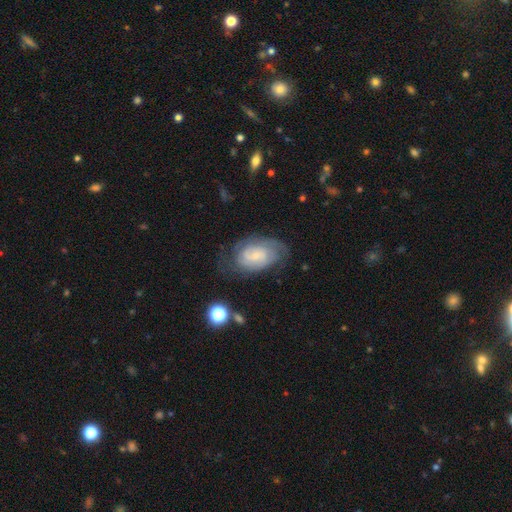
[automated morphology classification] type=featured or disk (71%); edge-on=no (97%); bar=no (59%); spiral arms=yes (91%); winding=tight (59%); arm count=can't tell (39%); bulge=small (62%); merging=none (61%).